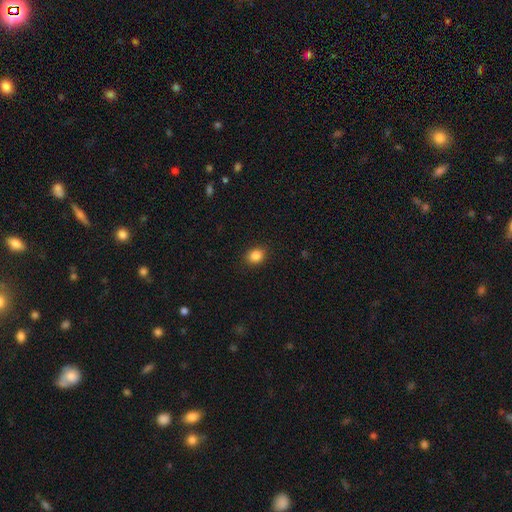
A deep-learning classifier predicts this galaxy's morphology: type=smooth (86%); roundness=round (55%); merging=none (89%).